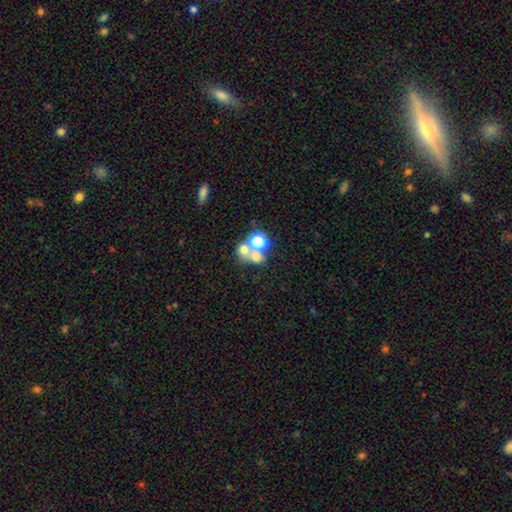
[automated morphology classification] Smooth or featured? smooth (57%)
How rounded? round (75%)
Merging? merger (50%)